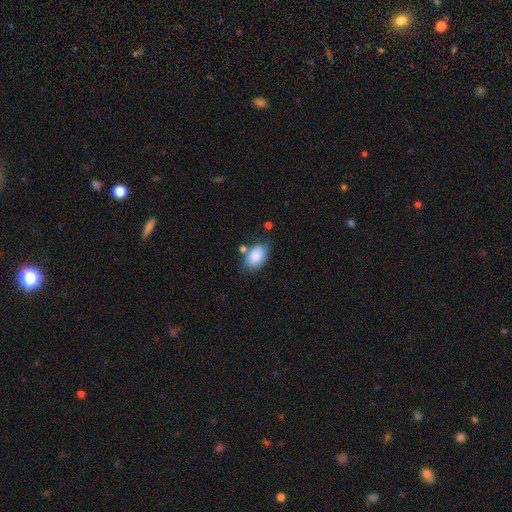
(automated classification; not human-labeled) smooth_or_featured: smooth (p=0.87) [alt: star or artifact p=0.07]
how_rounded: in between (p=0.87) [alt: round p=0.12]
merging: none (p=0.68) [alt: minor disturbance p=0.19]